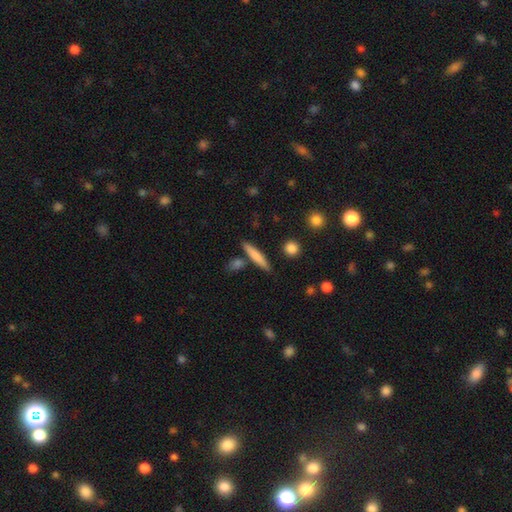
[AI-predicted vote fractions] A smooth galaxy with no disk features (73%) that is cigar-shaped (88%). Merging: none (82%).